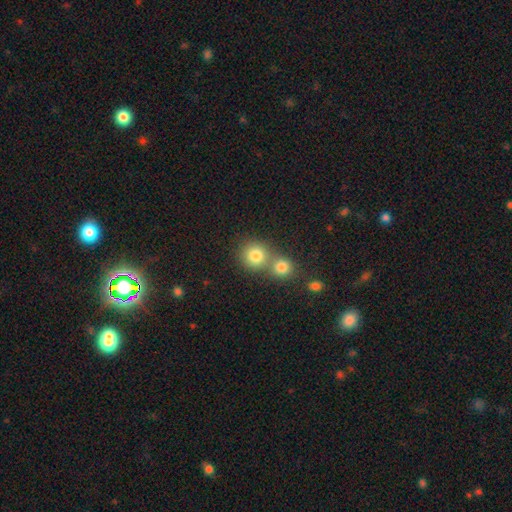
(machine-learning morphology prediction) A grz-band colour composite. It shows a smooth galaxy with no disk features (82%) that is round (88%). Merging: none (46%).